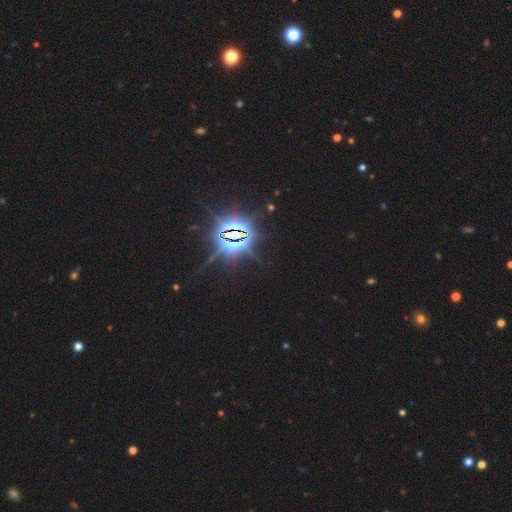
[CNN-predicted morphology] type=star or artifact (87%).